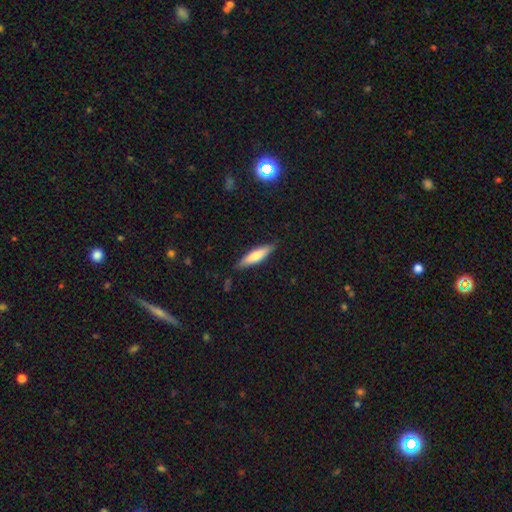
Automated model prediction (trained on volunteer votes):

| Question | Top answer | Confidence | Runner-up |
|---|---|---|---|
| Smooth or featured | smooth | 69% | featured or disk (25%) |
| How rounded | cigar-shaped | 72% | in between (27%) |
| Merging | none | 85% | minor disturbance (12%) |